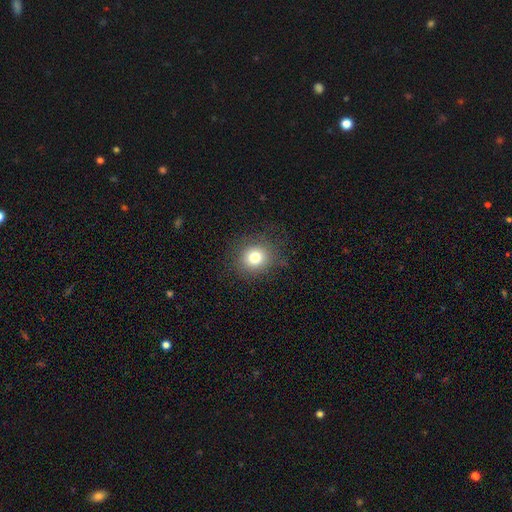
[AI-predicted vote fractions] Smooth or featured? smooth (78%)
How rounded? round (87%)
Merging? none (87%)